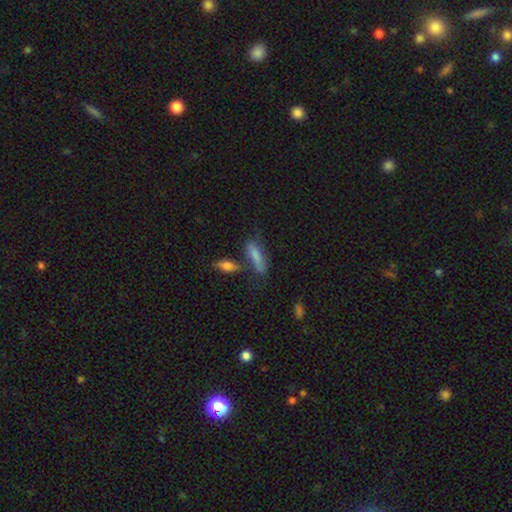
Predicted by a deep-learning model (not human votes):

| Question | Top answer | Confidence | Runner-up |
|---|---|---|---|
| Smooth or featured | smooth | 74% | featured or disk (17%) |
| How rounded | cigar-shaped | 54% | in between (43%) |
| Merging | none | 52% | merger (23%) |